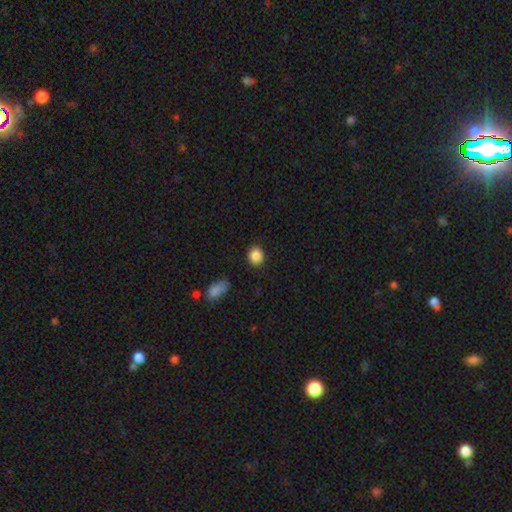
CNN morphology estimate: Smooth or featured?
  - smooth: 88% *
  - star or artifact: 9%
  - featured or disk: 4%
How rounded?
  - round: 78% *
  - in between: 21%
  - cigar-shaped: 1%
Merging?
  - none: 87% *
  - minor disturbance: 8%
  - major disturbance: 3%
  - merger: 2%